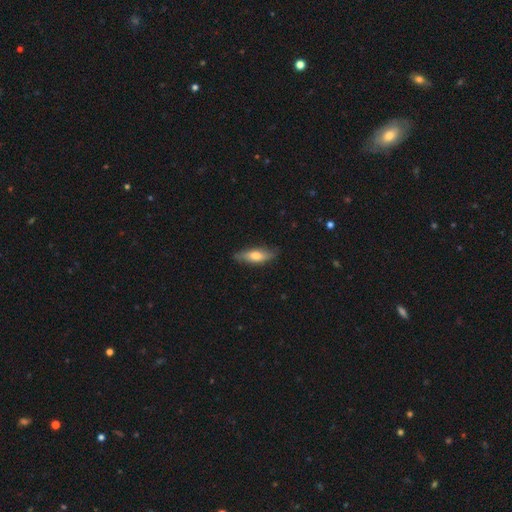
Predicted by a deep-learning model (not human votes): smooth-or-featured: smooth: 65% | featured or disk: 29% | star or artifact: 6%
  how-rounded: in between: 55% | cigar-shaped: 43% | round: 2%
  merging: none: 80% | minor disturbance: 16% | major disturbance: 3% | merger: 1%